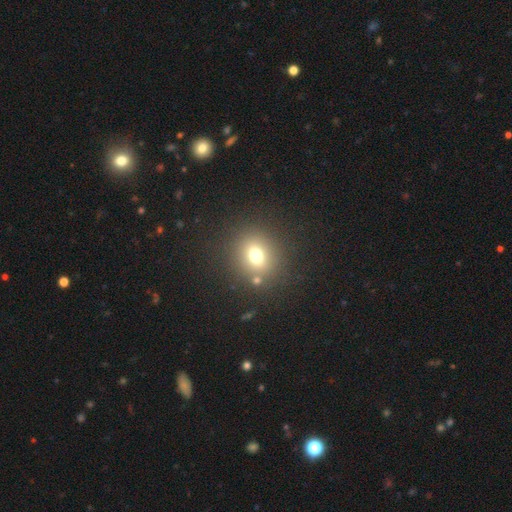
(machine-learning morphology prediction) A smooth galaxy with no disk features (72%) that is round (70%). Merging: none (81%).